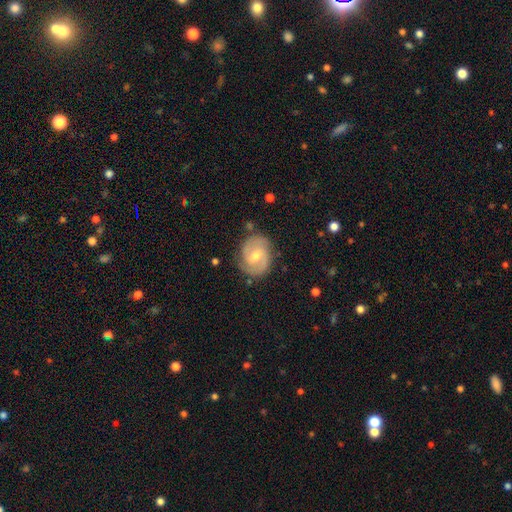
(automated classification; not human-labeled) Overall: featured or disk (80%). Edge-on disk: no (98%). Bar: weak (53%; no 36%). Spiral arms: yes (94%). Spiral arm count: 2 (80%). Spiral winding: tight (45%; medium 44%). Bulge size: moderate (62%; small 33%). Merging: none (80%).